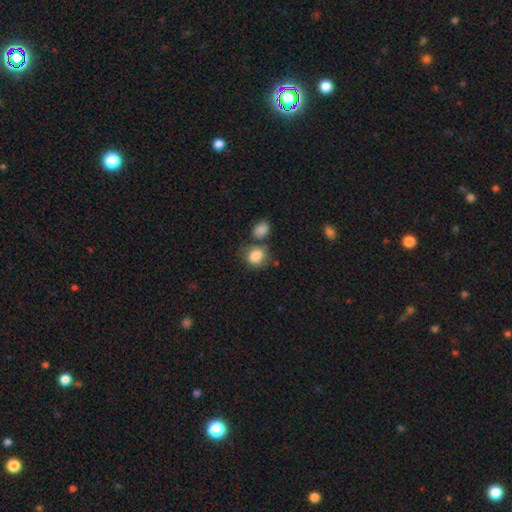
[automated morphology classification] Q: Smooth or featured?
A: smooth (83%); runner-up: featured or disk (8%)
Q: How rounded?
A: round (64%); runner-up: in between (35%)
Q: Merging?
A: none (55%); runner-up: merger (20%)